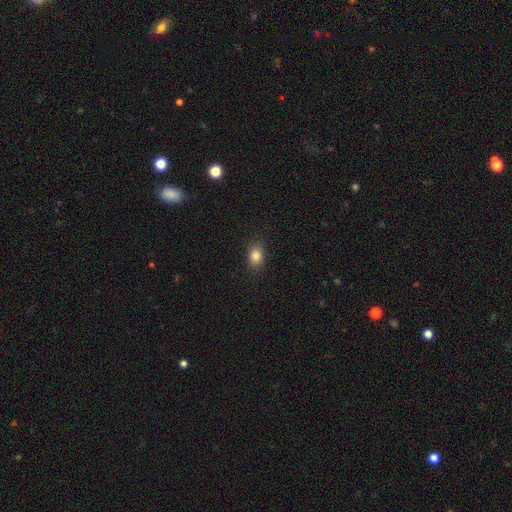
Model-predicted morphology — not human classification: The model was most divided on "how rounded": in between: 76%, round: 22%, cigar-shaped: 2%. More confident: merging — none (87%); smooth or featured — smooth (84%).